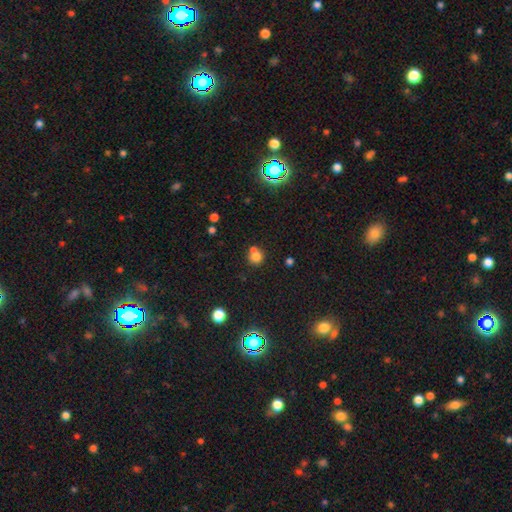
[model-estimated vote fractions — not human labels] Overall: smooth (75%). How rounded: round (87%). Merging: none (50%; merger 38%).